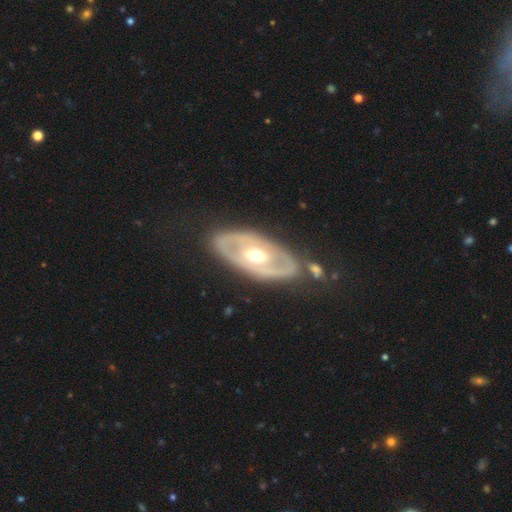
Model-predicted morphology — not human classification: Overall: featured or disk (75%). Edge-on disk: no (88%). Bar: no (59%; weak 27%). Spiral arms: no (65%; yes 35%). Bulge size: moderate (76%). Merging: none (78%).